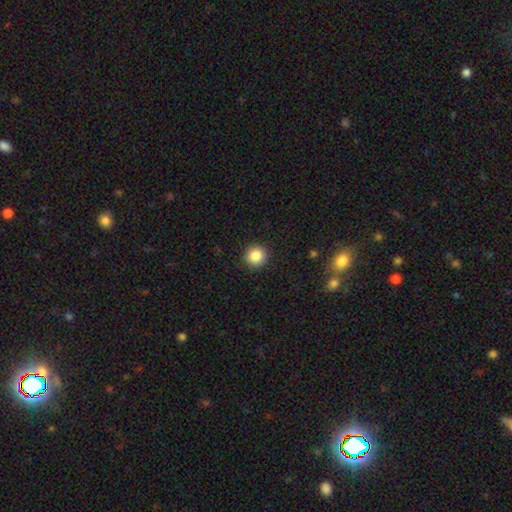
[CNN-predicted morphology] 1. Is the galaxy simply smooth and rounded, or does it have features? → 86% smooth, 10% star or artifact, 4% featured or disk.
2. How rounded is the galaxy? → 95% round, 4% in between, 1% cigar-shaped.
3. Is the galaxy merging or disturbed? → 92% none, 5% minor disturbance, 2% major disturbance, 1% merger.